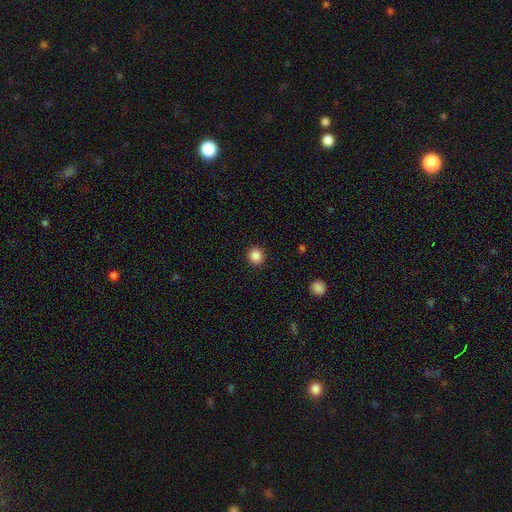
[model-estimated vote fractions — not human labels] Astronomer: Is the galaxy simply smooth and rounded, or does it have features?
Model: smooth — 86%.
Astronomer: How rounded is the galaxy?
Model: round — 91%.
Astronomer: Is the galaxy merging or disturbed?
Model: none — 92%.